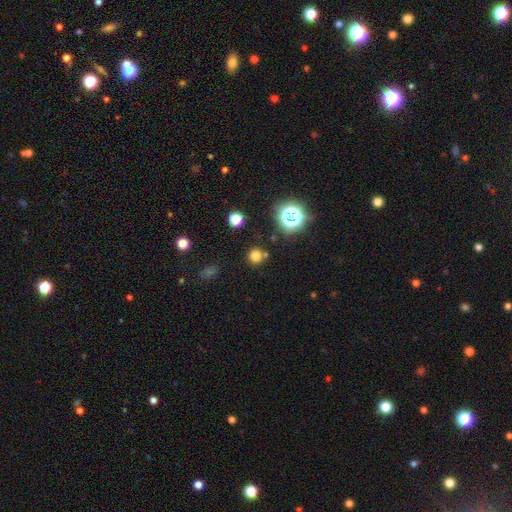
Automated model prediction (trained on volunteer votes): This is likely a smooth galaxy (72%). How rounded: clearly round (91%). Merging: clearly none (80%).